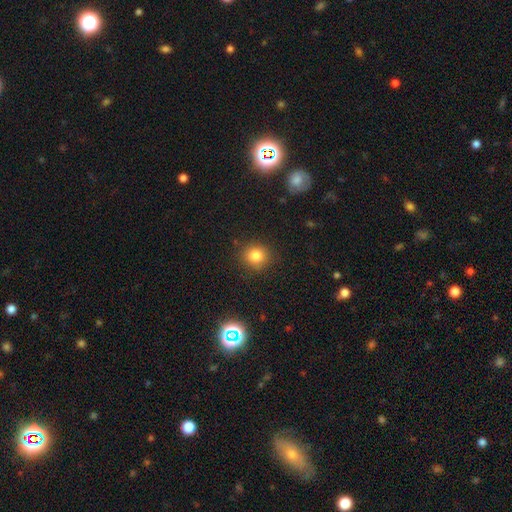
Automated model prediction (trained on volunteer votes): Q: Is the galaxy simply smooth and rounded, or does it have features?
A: smooth — 82%.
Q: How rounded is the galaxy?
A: round — 85%.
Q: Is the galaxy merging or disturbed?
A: none — 87%.